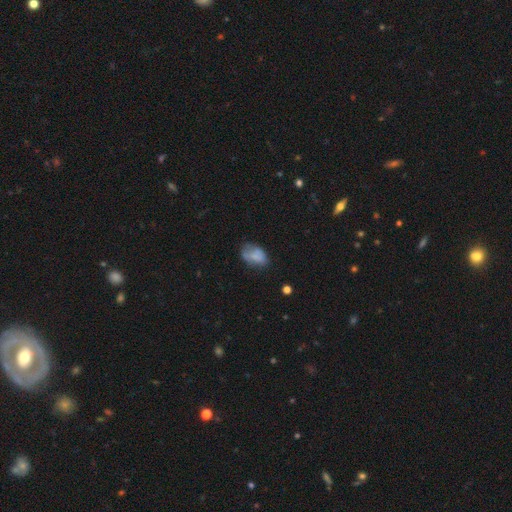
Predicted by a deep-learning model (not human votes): Q: Smooth or featured?
A: smooth (67%); runner-up: featured or disk (23%)
Q: How rounded?
A: in between (86%); runner-up: round (12%)
Q: Merging?
A: none (49%); runner-up: minor disturbance (31%)